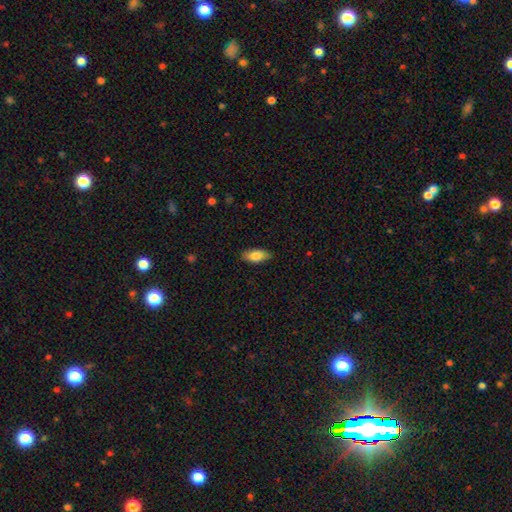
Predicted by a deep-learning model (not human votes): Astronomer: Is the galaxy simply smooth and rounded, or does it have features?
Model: smooth — 82%.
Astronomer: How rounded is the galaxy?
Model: in between — 88%.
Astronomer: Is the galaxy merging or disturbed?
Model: none — 85%.